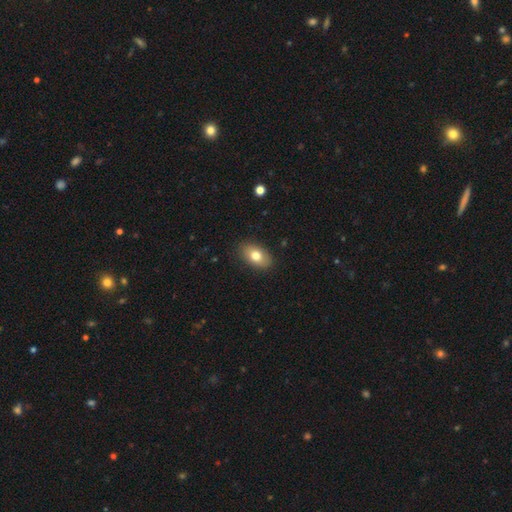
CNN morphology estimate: A smooth galaxy with no disk features (77%) that is in between round and cigar-shaped (90%). Merging: none (87%).